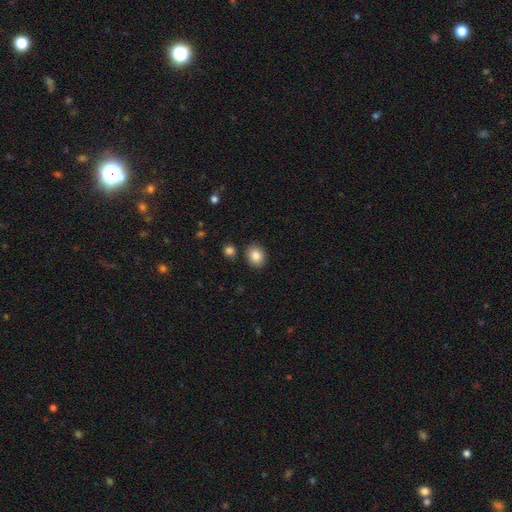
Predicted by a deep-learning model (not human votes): Q: Smooth or featured?
A: smooth (86%); runner-up: star or artifact (9%)
Q: How rounded?
A: round (59%); runner-up: in between (40%)
Q: Merging?
A: none (86%); runner-up: minor disturbance (8%)